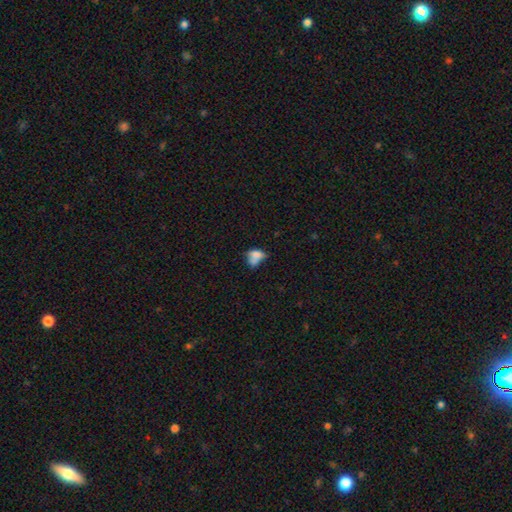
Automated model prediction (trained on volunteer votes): smooth 67%, featured or disk 22%, star or artifact 11%. Down the decision tree: how rounded — in between (73%); merging — merger (41%).